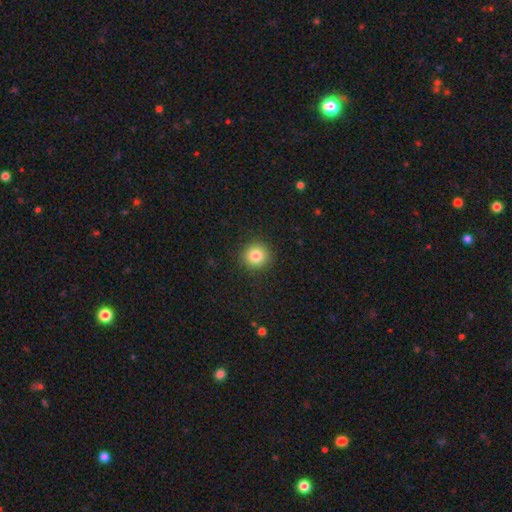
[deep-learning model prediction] Overall: smooth (83%). How rounded: round (92%). Merging: none (91%).